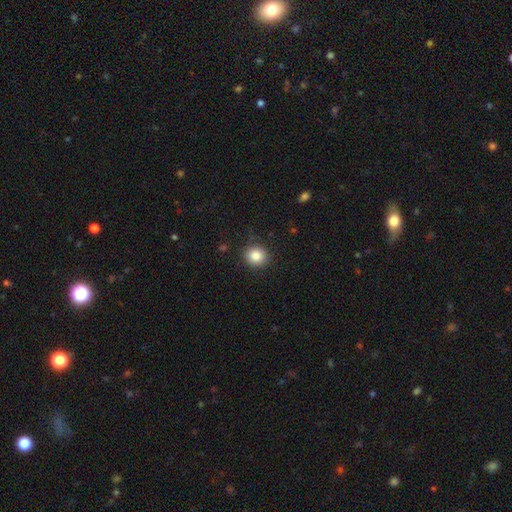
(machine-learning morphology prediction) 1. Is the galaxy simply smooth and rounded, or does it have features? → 86% smooth, 10% star or artifact, 4% featured or disk.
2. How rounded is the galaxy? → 88% round, 12% in between, 1% cigar-shaped.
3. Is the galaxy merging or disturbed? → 87% none, 9% minor disturbance, 3% major disturbance, 1% merger.